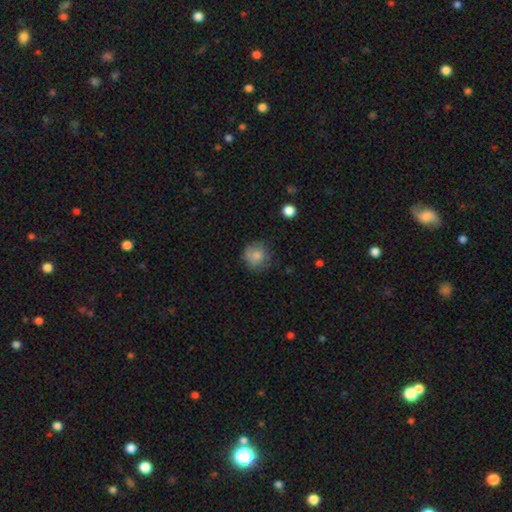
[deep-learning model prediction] The model was most divided on "merging": none: 67%, minor disturbance: 24%, major disturbance: 8%, merger: 1%. More confident: how rounded — round (89%); smooth or featured — smooth (80%).